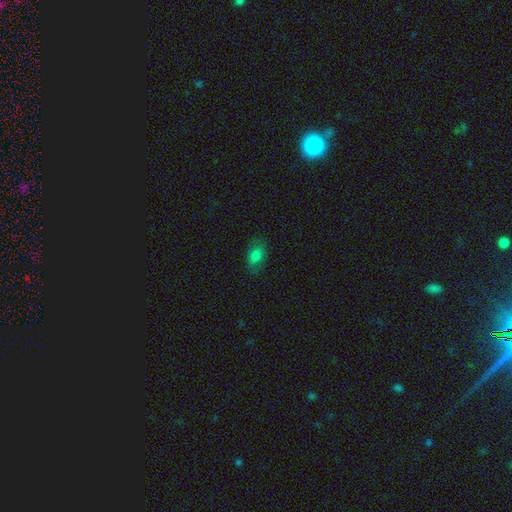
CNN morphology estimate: Smooth or featured?
  - smooth: 79% *
  - star or artifact: 11%
  - featured or disk: 10%
How rounded?
  - in between: 85% *
  - round: 13%
  - cigar-shaped: 2%
Merging?
  - none: 80% *
  - minor disturbance: 15%
  - major disturbance: 4%
  - merger: 1%